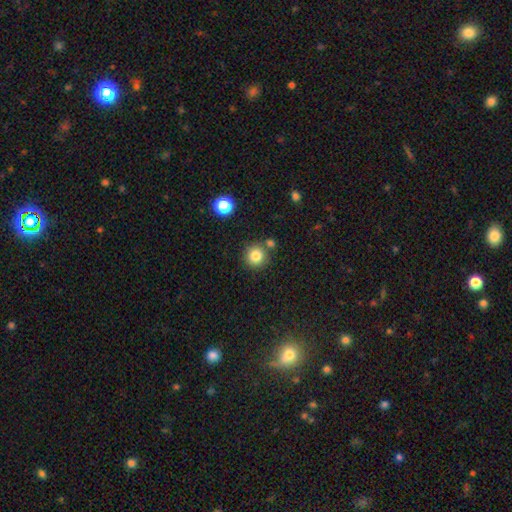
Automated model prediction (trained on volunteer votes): Smooth or featured?
  - smooth: 82% *
  - star or artifact: 11%
  - featured or disk: 6%
How rounded?
  - round: 93% *
  - in between: 6%
  - cigar-shaped: 1%
Merging?
  - none: 78% *
  - merger: 11%
  - minor disturbance: 8%
  - major disturbance: 3%